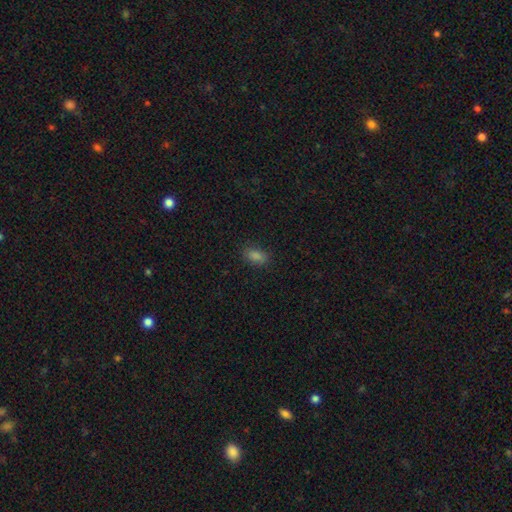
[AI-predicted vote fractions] Smooth or featured: smooth — 82% (star or artifact — 13%)
How rounded: in between — 88% (round — 9%)
Merging: none — 86% (minor disturbance — 11%)